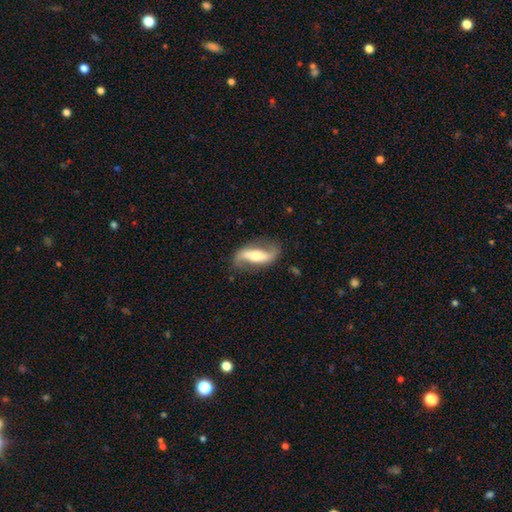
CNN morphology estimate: featured or disk 80%, smooth 15%, star or artifact 5%. Down the decision tree: edge-on disk — no (87%); bar — strong (48%); spiral arms — yes (91%); spiral arm count — 2 (92%); spiral winding — loose (77%); bulge size — moderate (59%); merging — none (76%).